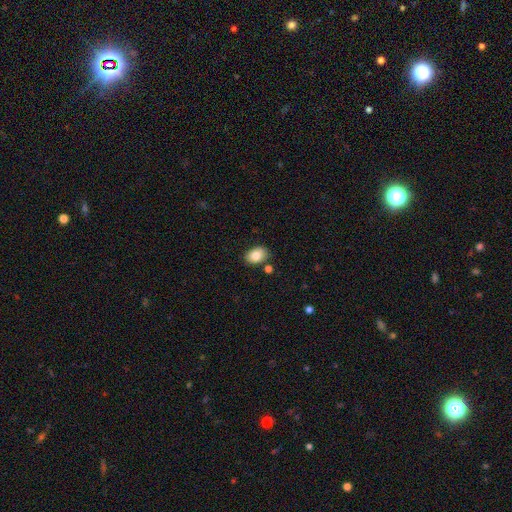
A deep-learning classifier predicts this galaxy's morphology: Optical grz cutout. It shows a smooth galaxy with no disk features (83%) that is in between round and cigar-shaped (79%). Merging: none (81%).